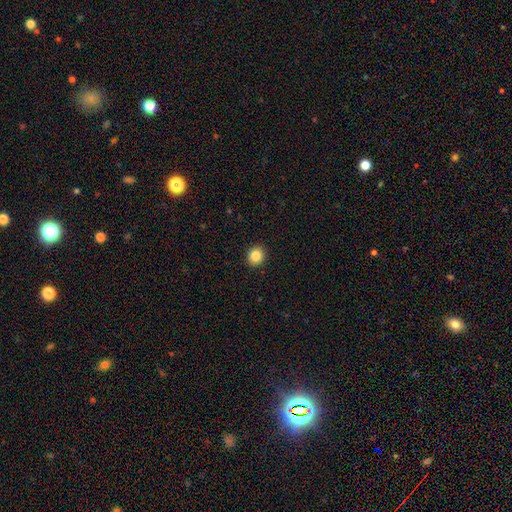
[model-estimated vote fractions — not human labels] smooth 85%, star or artifact 10%, featured or disk 5%. Down the decision tree: how rounded — round (80%); merging — none (92%).